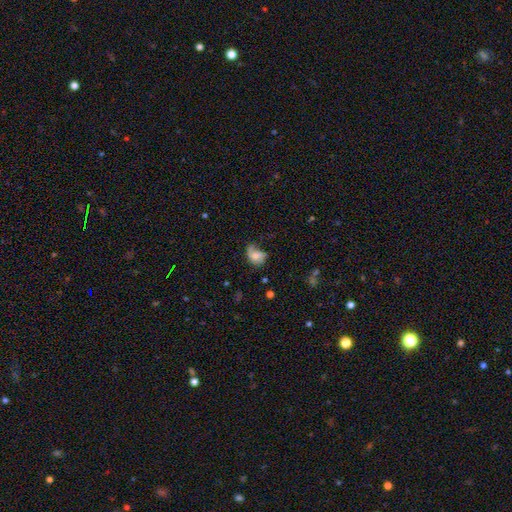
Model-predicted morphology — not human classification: A smooth galaxy with no disk features (54%) that is in between round and cigar-shaped (67%). Merging: none (36%).